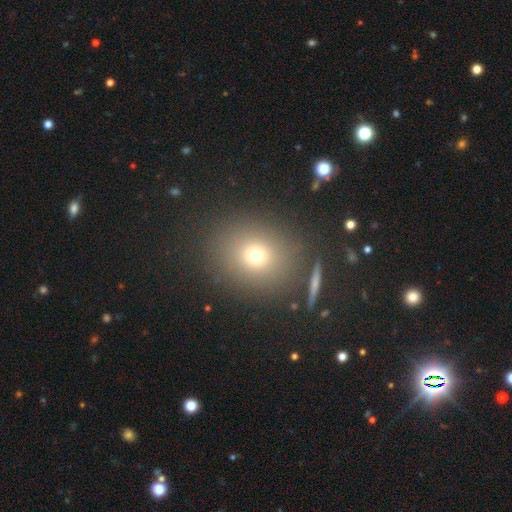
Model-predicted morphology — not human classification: smooth_or_featured: smooth (p=0.71) [alt: star or artifact p=0.18]
how_rounded: round (p=0.72) [alt: in between p=0.26]
merging: none (p=0.84) [alt: minor disturbance p=0.08]